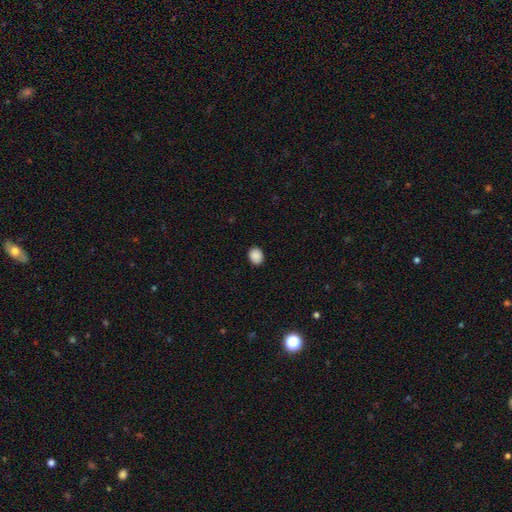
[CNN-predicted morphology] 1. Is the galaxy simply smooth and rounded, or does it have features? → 89% smooth, 8% star or artifact, 3% featured or disk.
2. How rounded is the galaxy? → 54% in between, 45% round, 1% cigar-shaped.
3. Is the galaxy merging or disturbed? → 89% none, 8% minor disturbance, 2% major disturbance, 1% merger.